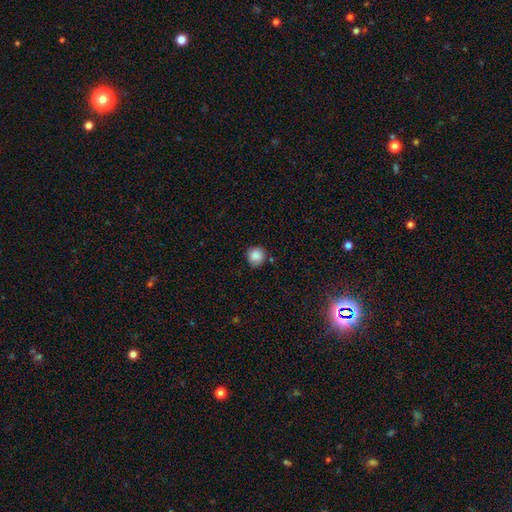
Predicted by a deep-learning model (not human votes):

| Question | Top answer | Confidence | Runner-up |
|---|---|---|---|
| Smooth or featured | smooth | 86% | star or artifact (9%) |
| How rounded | round | 90% | in between (9%) |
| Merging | none | 80% | minor disturbance (14%) |